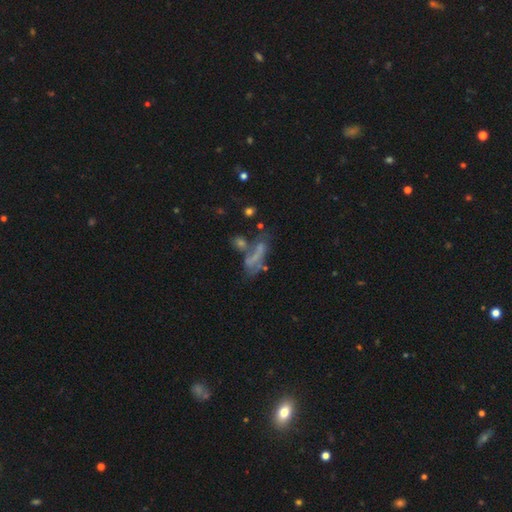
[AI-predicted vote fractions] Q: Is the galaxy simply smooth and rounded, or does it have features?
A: smooth — 42%.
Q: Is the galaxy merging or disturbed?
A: none — 30%.